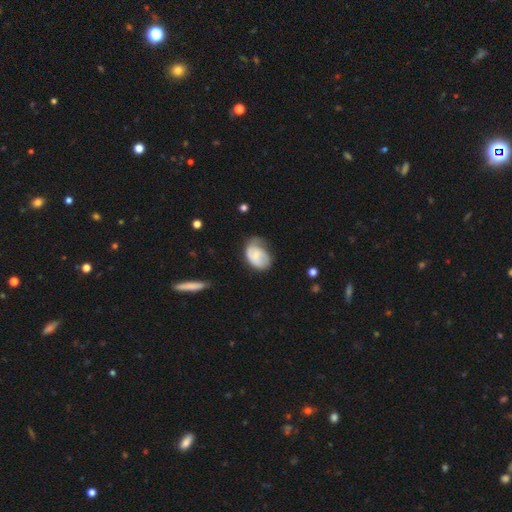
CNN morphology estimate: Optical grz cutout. It shows a smooth galaxy with no disk features (53%) that is in between round and cigar-shaped (78%). Merging: none (40%).